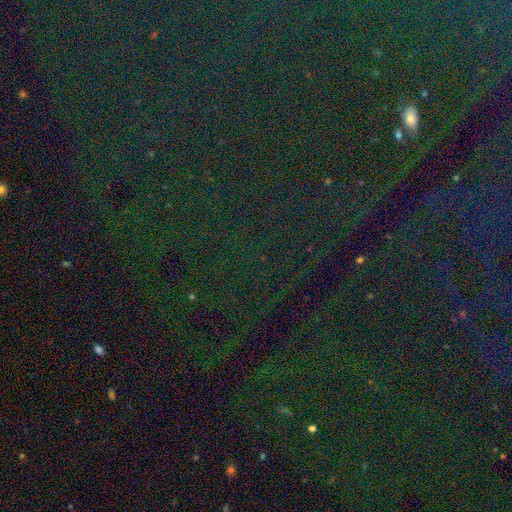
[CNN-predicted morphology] star or artifact 85%, smooth 8%, featured or disk 7%.